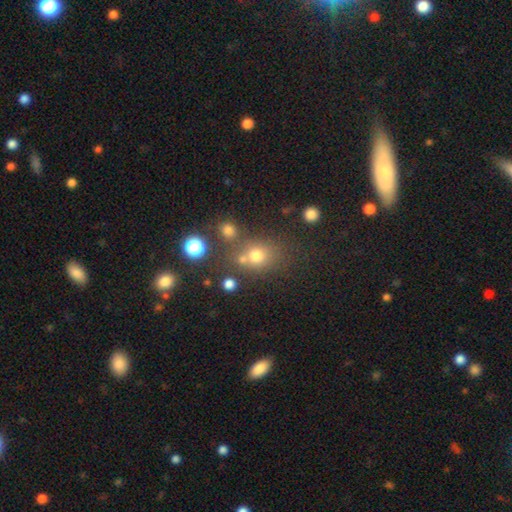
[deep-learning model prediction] A smooth galaxy with no disk features (70%) that is round (73%). Merging: none (60%).